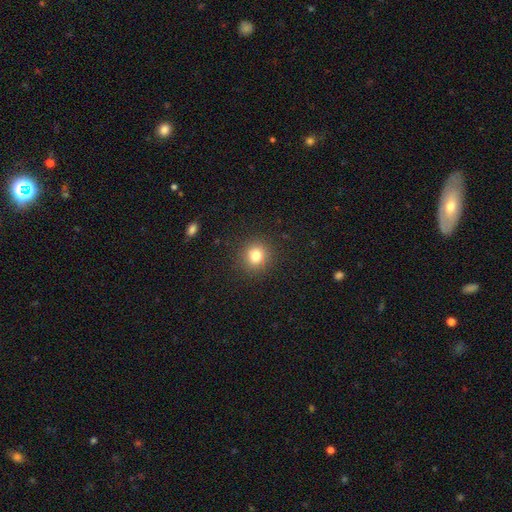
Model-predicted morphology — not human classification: Smooth or featured?
  - smooth: 81% *
  - star or artifact: 13%
  - featured or disk: 7%
How rounded?
  - round: 87% *
  - in between: 12%
  - cigar-shaped: 1%
Merging?
  - none: 89% *
  - minor disturbance: 7%
  - major disturbance: 3%
  - merger: 1%